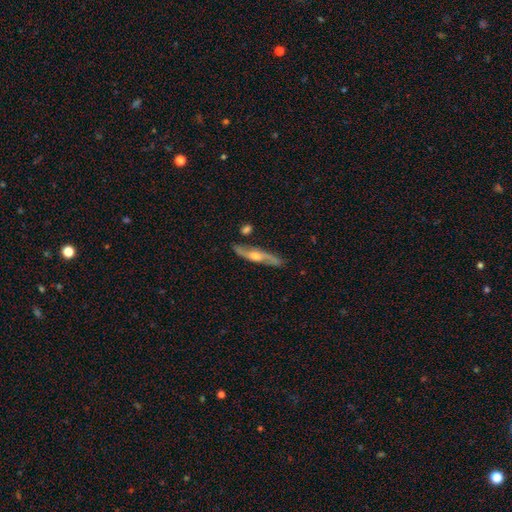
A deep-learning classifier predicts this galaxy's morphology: type=featured or disk (76%); edge-on=yes (54%); merging=none (82%).